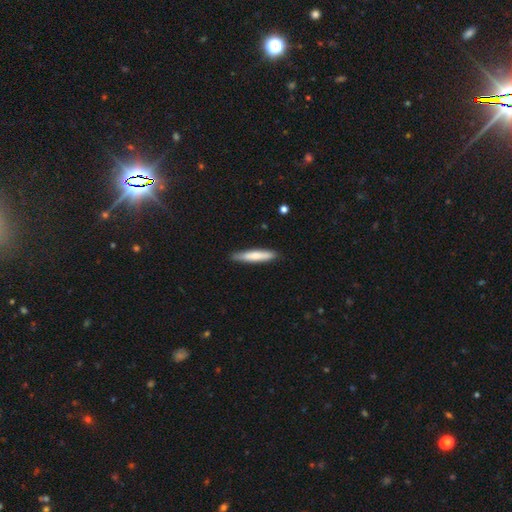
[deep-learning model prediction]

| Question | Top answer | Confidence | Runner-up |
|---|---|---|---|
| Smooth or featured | smooth | 70% | featured or disk (25%) |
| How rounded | cigar-shaped | 90% | in between (9%) |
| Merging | none | 87% | minor disturbance (10%) |